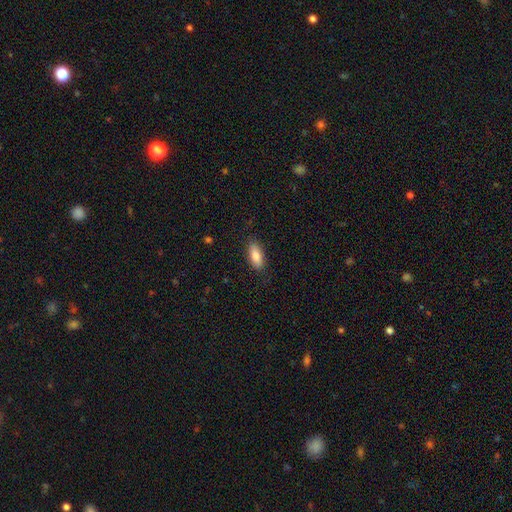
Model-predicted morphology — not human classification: Smooth or featured? Predicted: smooth (p=0.85). How rounded? Predicted: in between (p=0.79). Merging? Predicted: none (p=0.86).